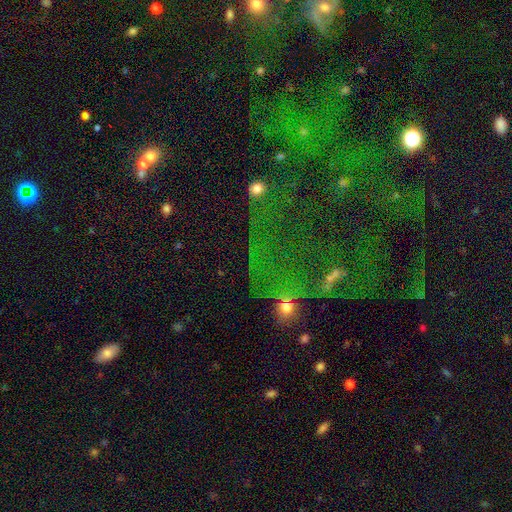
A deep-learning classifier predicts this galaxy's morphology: A star or artifact, not a galaxy (67%).